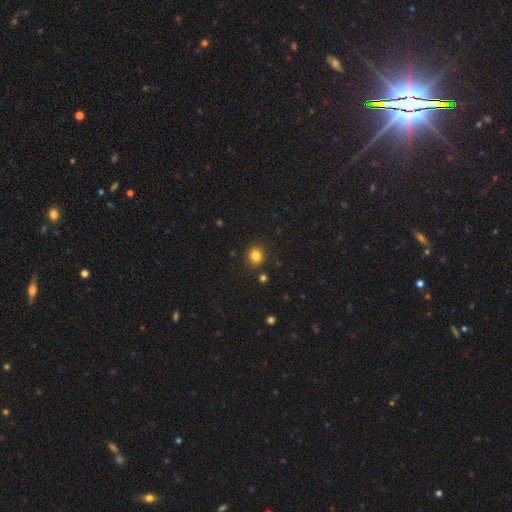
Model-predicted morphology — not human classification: smooth_or_featured: smooth (p=0.83) [alt: star or artifact p=0.12]
how_rounded: round (p=0.72) [alt: in between p=0.27]
merging: none (p=0.87) [alt: minor disturbance p=0.08]